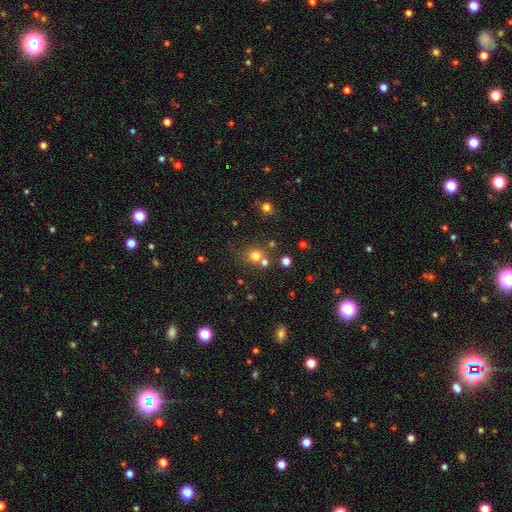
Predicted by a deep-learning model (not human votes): smooth 73%, star or artifact 18%, featured or disk 8%. Down the decision tree: how rounded — round (86%); merging — none (62%).